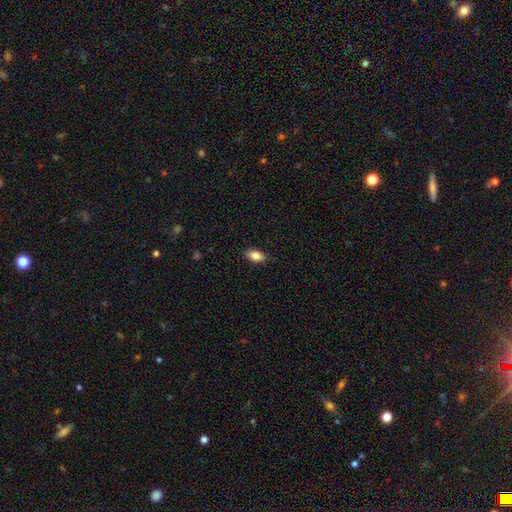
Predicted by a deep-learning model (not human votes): smooth-or-featured: smooth: 85% | star or artifact: 8% | featured or disk: 7%
  how-rounded: in between: 91% | round: 5% | cigar-shaped: 4%
  merging: none: 87% | minor disturbance: 10% | major disturbance: 2% | merger: 1%